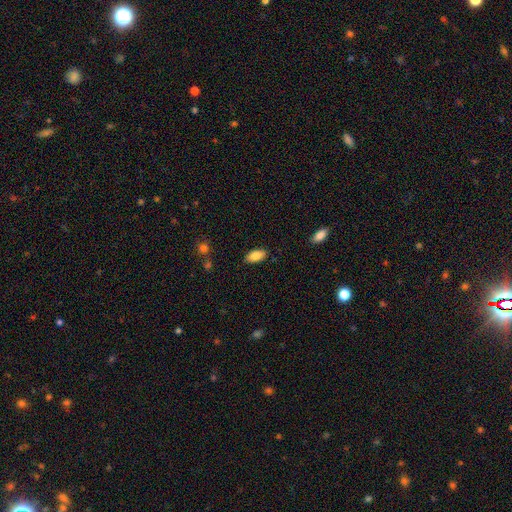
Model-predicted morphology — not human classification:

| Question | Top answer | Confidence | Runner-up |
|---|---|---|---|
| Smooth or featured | smooth | 86% | featured or disk (7%) |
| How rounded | in between | 93% | cigar-shaped (5%) |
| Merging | none | 86% | minor disturbance (11%) |